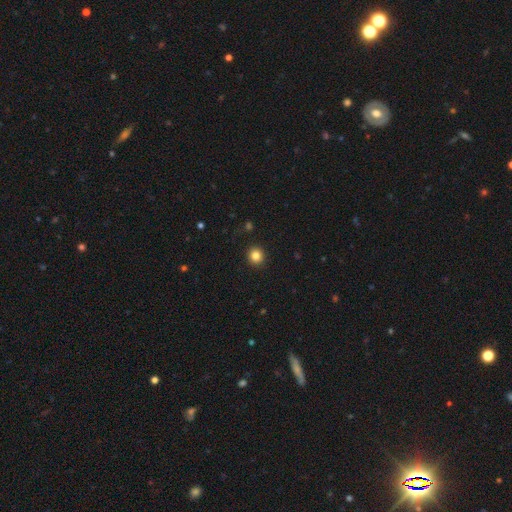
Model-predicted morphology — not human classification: The model was most divided on "smooth or featured": smooth: 84%, star or artifact: 12%, featured or disk: 5%. More confident: merging — none (92%); how rounded — round (92%).